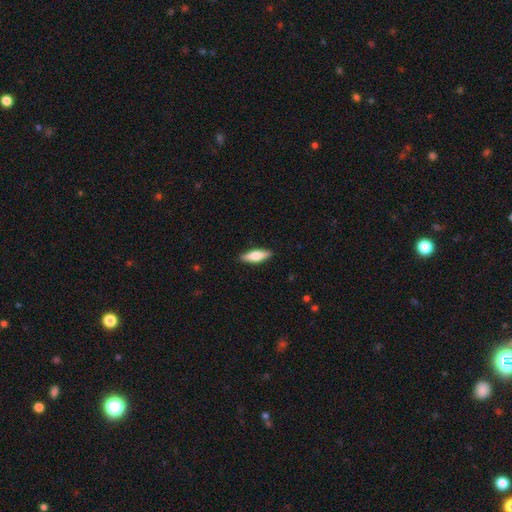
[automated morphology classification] This is likely a smooth galaxy (63%). How rounded: possibly cigar-shaped (50%). Merging: clearly none (89%).